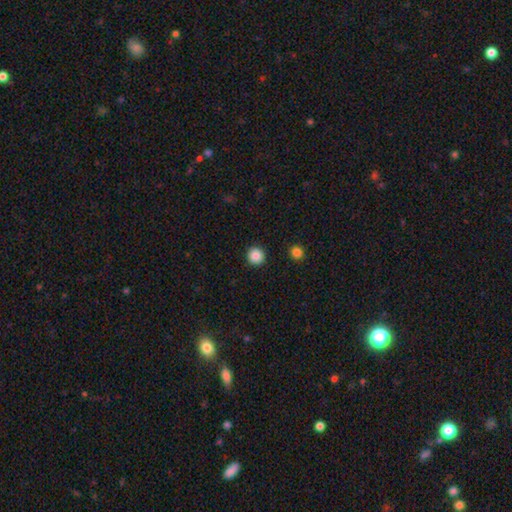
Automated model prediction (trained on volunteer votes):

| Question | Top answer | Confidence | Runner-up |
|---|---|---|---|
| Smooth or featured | smooth | 87% | star or artifact (10%) |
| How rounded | round | 95% | in between (4%) |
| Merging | none | 93% | minor disturbance (4%) |